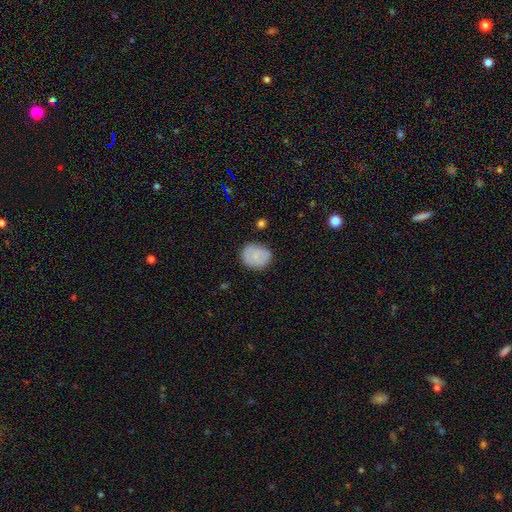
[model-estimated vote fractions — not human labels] smooth-or-featured: smooth: 76% | featured or disk: 16% | star or artifact: 8%
  how-rounded: round: 67% | in between: 32% | cigar-shaped: 1%
  merging: none: 80% | minor disturbance: 15% | major disturbance: 4% | merger: 2%